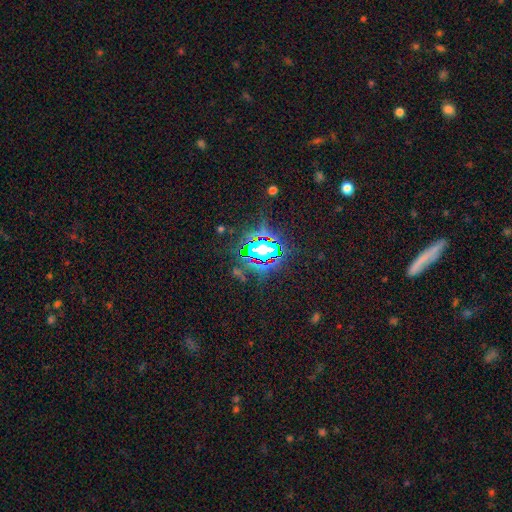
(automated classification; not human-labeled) smooth-or-featured: star or artifact: 80% | smooth: 11% | featured or disk: 9%